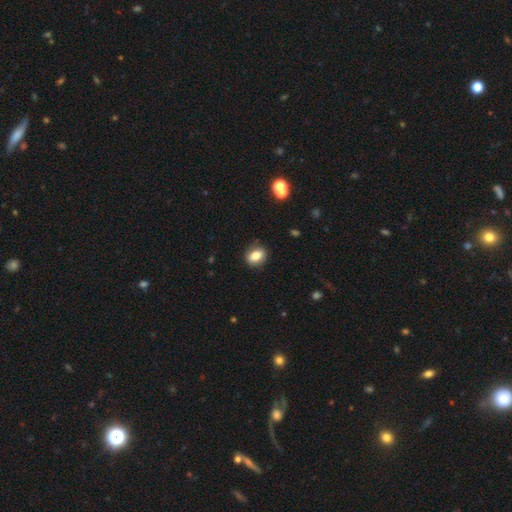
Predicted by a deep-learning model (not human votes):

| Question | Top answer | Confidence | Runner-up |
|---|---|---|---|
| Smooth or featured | smooth | 80% | featured or disk (11%) |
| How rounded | in between | 67% | round (31%) |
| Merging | none | 85% | minor disturbance (10%) |